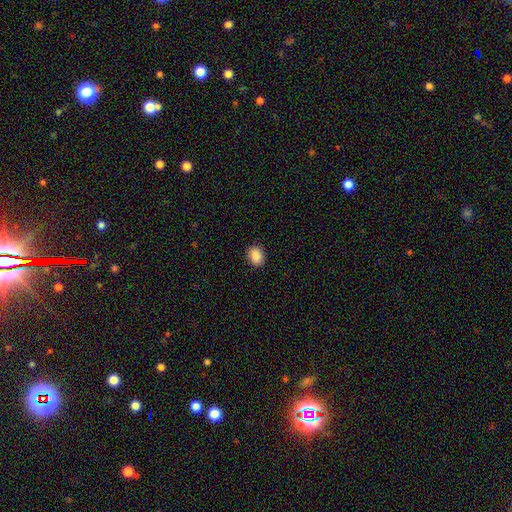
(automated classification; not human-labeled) This appears to be a smooth galaxy with no disk features (89%) that is in between round and cigar-shaped (65%). Merging: none (90%).